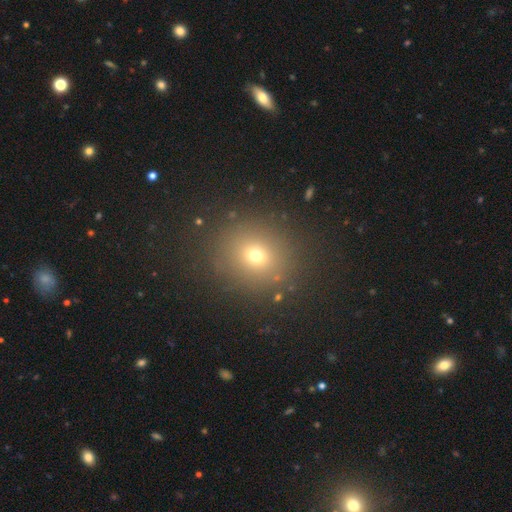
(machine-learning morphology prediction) Smooth or featured? smooth (67%)
How rounded? round (77%)
Merging? none (85%)